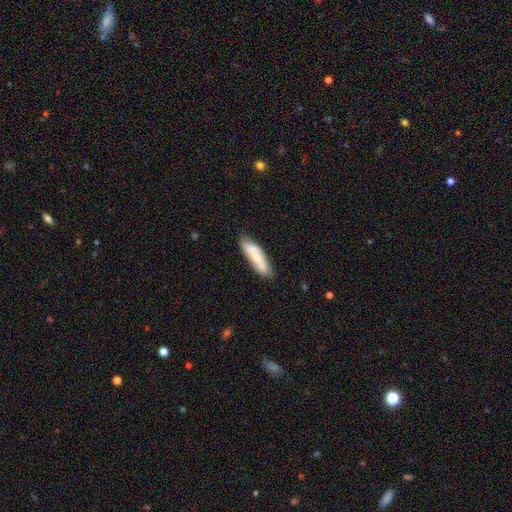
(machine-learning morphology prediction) Overall: smooth (65%; featured or disk 28%). How rounded: cigar-shaped (66%; in between 32%). Merging: none (74%).